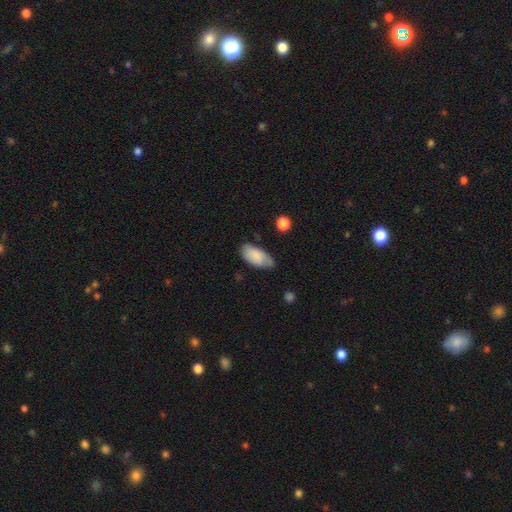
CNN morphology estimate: type=smooth (81%); roundness=in between (93%); merging=none (62%).